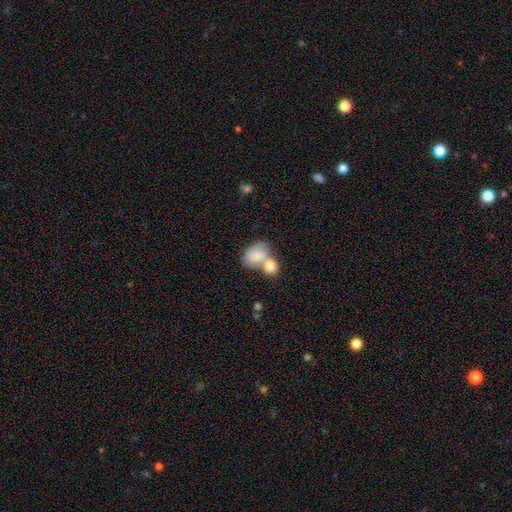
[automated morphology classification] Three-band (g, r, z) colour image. It shows a smooth galaxy with no disk features (73%) that is in between round and cigar-shaped (80%). Merging: merger (68%).